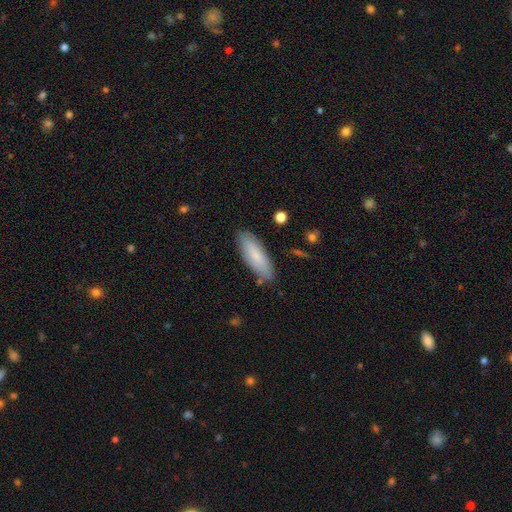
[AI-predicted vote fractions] A smooth galaxy with no disk features (77%) that is in between round and cigar-shaped (61%).

Vote fractions:
- Smooth or featured? smooth: 77% / featured or disk: 17% / star or artifact: 6%
- How rounded? in between: 61% / cigar-shaped: 38% / round: 2%
- Merging? none: 83% / minor disturbance: 13% / major disturbance: 2% / merger: 2%